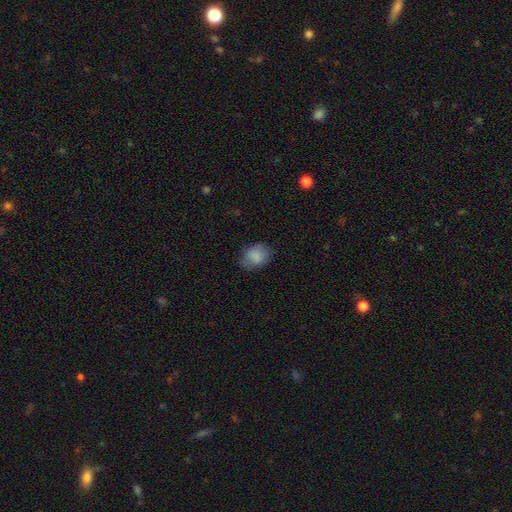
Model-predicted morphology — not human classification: Smooth or featured?
  - smooth: 85% *
  - star or artifact: 8%
  - featured or disk: 6%
How rounded?
  - in between: 64% *
  - round: 35%
  - cigar-shaped: 1%
Merging?
  - none: 74% *
  - minor disturbance: 20%
  - major disturbance: 5%
  - merger: 1%